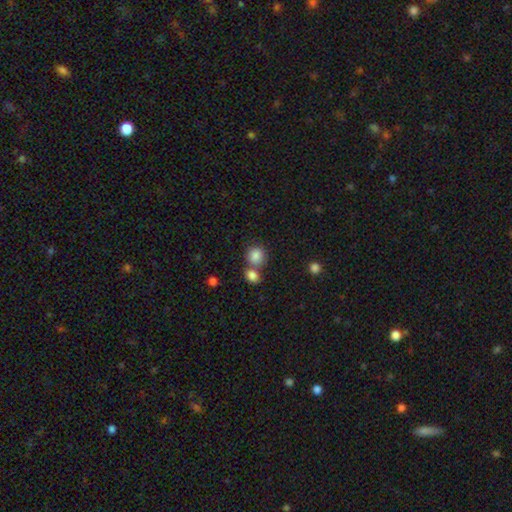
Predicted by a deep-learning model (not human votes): Smooth or featured: smooth — 85% (star or artifact — 9%)
How rounded: round — 83% (in between — 16%)
Merging: none — 54% (merger — 34%)